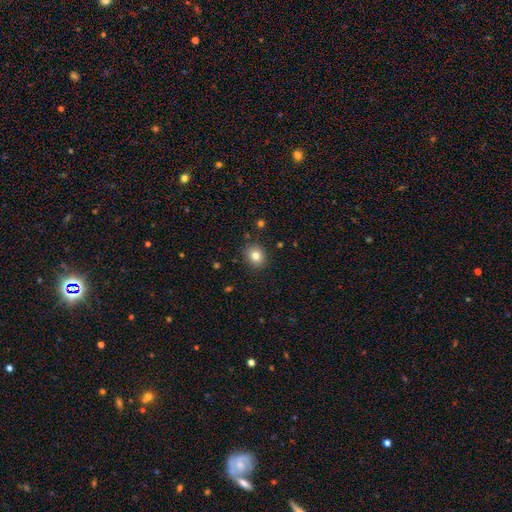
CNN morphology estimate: smooth 81%, star or artifact 11%, featured or disk 8%. Down the decision tree: how rounded — round (75%); merging — none (88%).